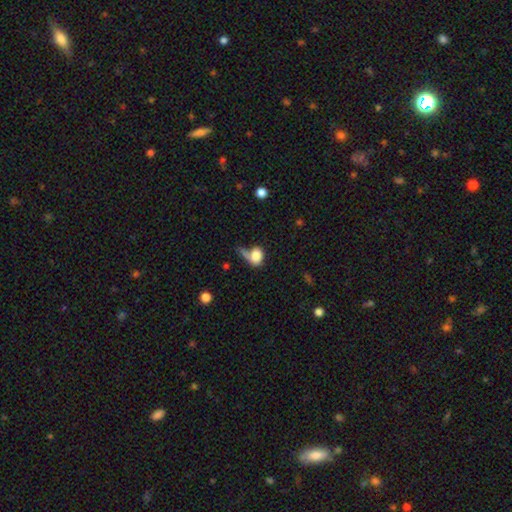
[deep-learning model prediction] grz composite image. It shows a smooth galaxy with no disk features (77%) that is in between round and cigar-shaped (57%). Merging: none (33%).